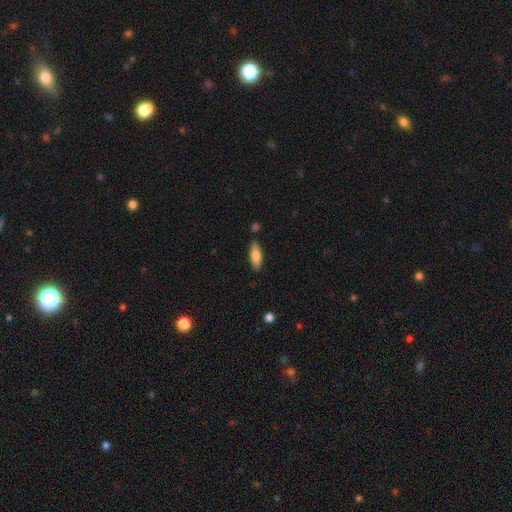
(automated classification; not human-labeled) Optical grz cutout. It shows a smooth galaxy with no disk features (75%) that is in between round and cigar-shaped (62%). Merging: none (83%).